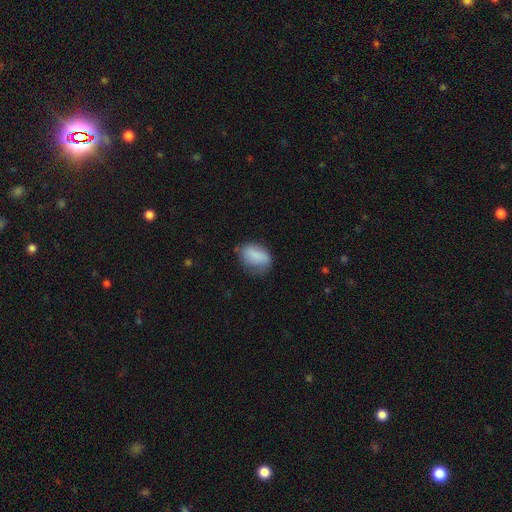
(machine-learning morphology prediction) Smooth or featured? smooth (82%)
How rounded? in between (83%)
Merging? none (51%)